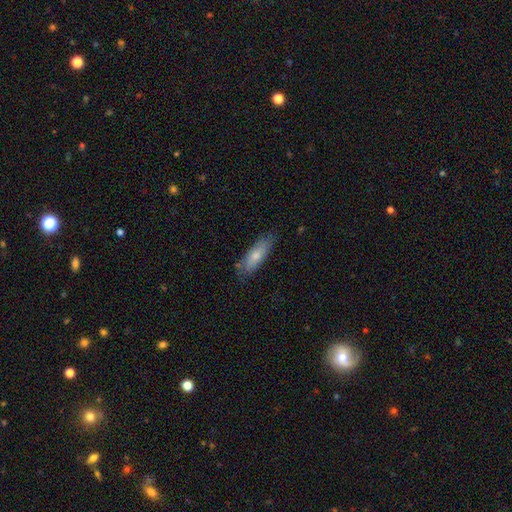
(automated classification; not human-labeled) Morphology: type=smooth (71%); roundness=in between (57%); merging=none (77%).